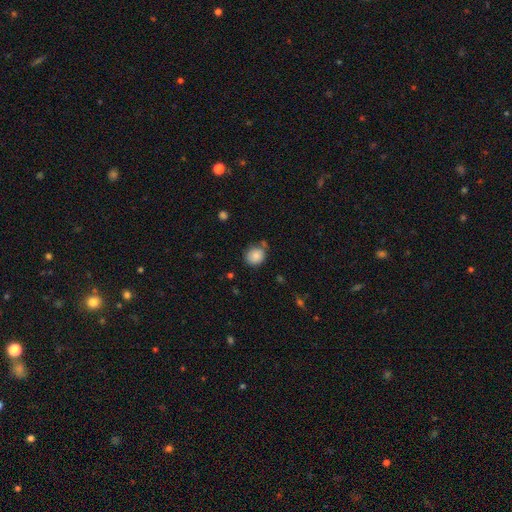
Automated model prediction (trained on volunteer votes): Morphology: type=smooth (83%); roundness=round (77%); merging=none (67%).